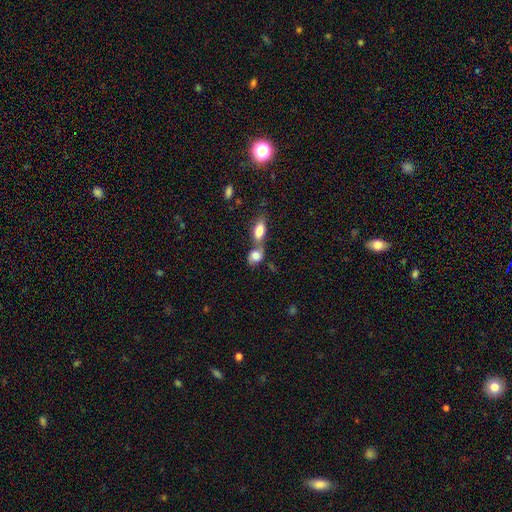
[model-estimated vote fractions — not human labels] smooth-or-featured: smooth: 78% | featured or disk: 14% | star or artifact: 8%
  how-rounded: in between: 67% | round: 29% | cigar-shaped: 4%
  merging: merger: 60% | none: 27% | minor disturbance: 9% | major disturbance: 5%